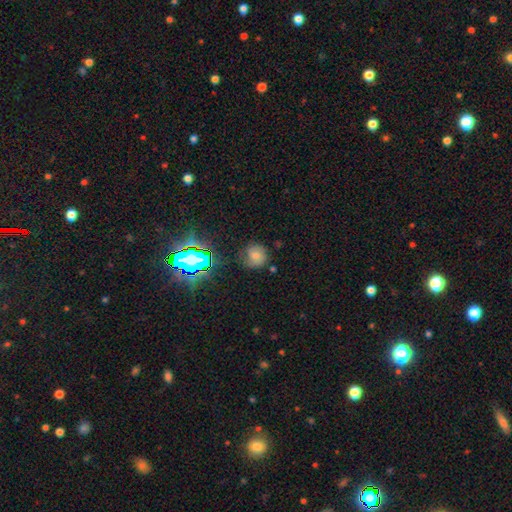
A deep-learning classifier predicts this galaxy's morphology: Smooth or featured? Predicted: smooth (p=0.63). How rounded? Predicted: round (p=0.85). Merging? Predicted: none (p=0.68).